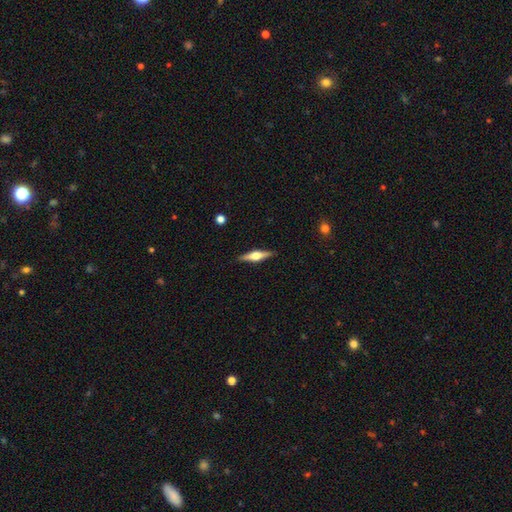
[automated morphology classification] A featured or disk galaxy (67%) viewed edge-on (97%) with a rounded central bulge (92%). Merging: none (90%).